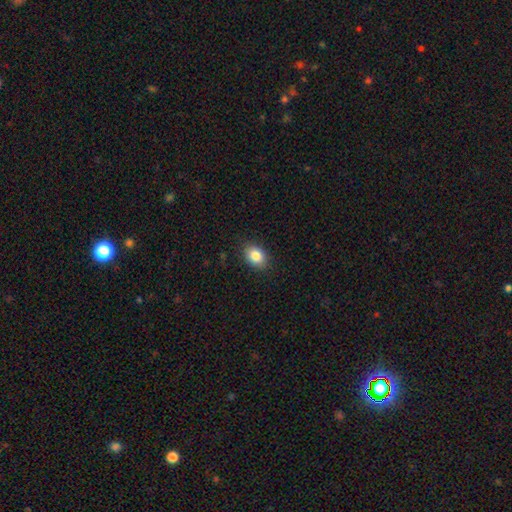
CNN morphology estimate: Smooth or featured?
  - smooth: 85% *
  - star or artifact: 9%
  - featured or disk: 6%
How rounded?
  - in between: 71% *
  - round: 27%
  - cigar-shaped: 1%
Merging?
  - none: 87% *
  - minor disturbance: 10%
  - major disturbance: 2%
  - merger: 1%